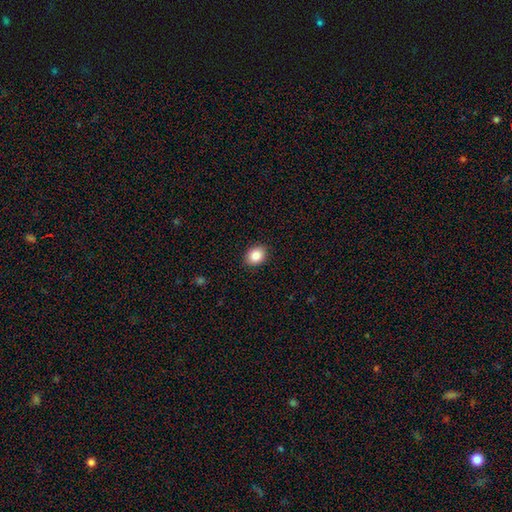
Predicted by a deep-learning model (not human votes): smooth 87%, star or artifact 9%, featured or disk 4%. Down the decision tree: how rounded — round (50%); merging — none (90%).